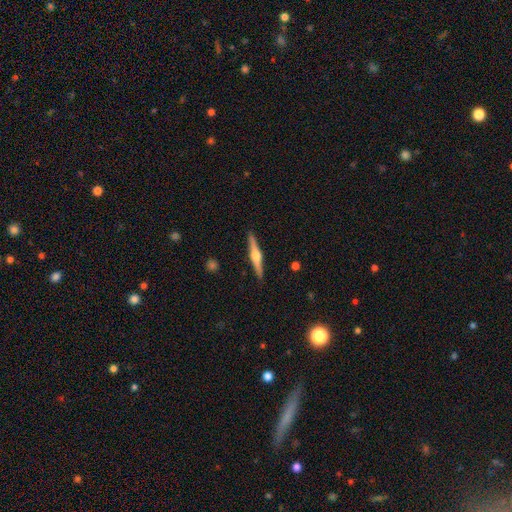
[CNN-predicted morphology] Smooth or featured? Predicted: featured or disk (p=0.76). Edge-on disk? Predicted: yes (p=0.98). Edge-on bulge? Predicted: rounded (p=0.93). Merging? Predicted: none (p=0.91).